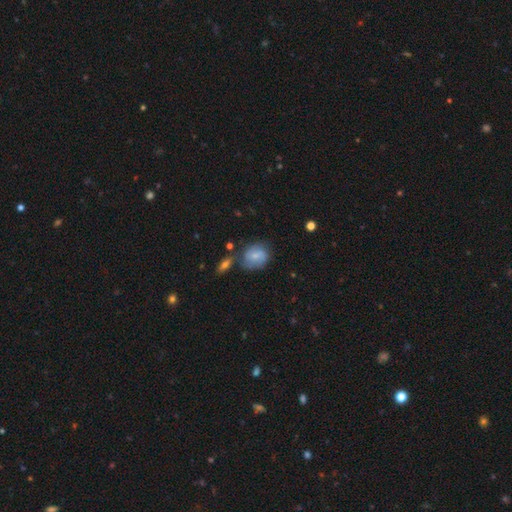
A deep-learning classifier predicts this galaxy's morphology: Smooth or featured?
  - smooth: 56% *
  - featured or disk: 36%
  - star or artifact: 8%
How rounded?
  - round: 52% *
  - in between: 47%
  - cigar-shaped: 2%
Merging?
  - none: 59% *
  - minor disturbance: 22%
  - merger: 12%
  - major disturbance: 7%